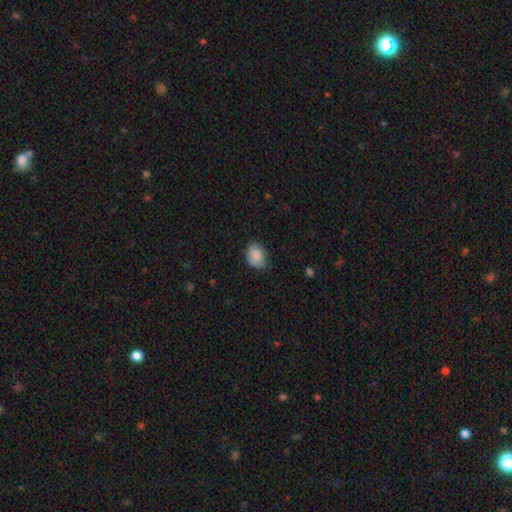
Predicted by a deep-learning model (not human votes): Morphology: type=smooth (84%); roundness=in between (57%); merging=none (62%).